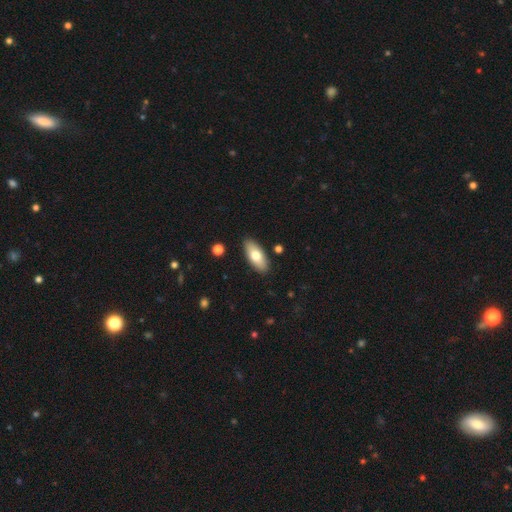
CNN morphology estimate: type=smooth (72%); roundness=in between (83%); merging=none (88%).